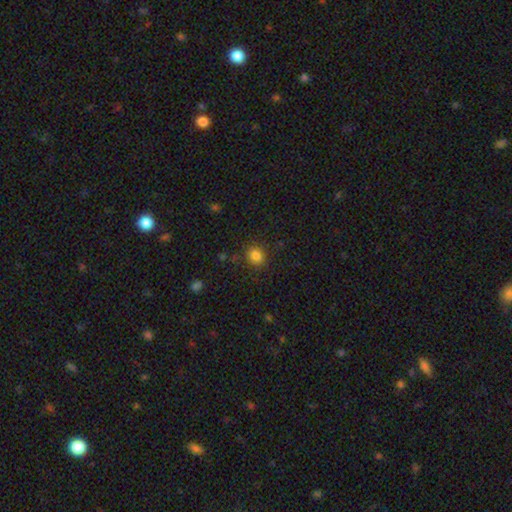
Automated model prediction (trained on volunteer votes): smooth 82%, star or artifact 13%, featured or disk 5%. Down the decision tree: how rounded — round (68%); merging — none (85%).